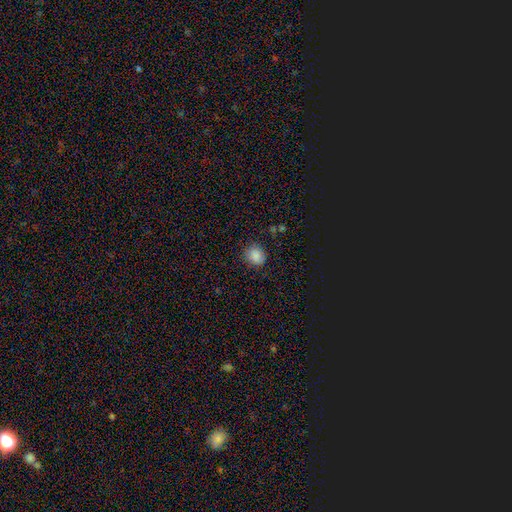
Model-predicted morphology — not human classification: Smooth or featured? Predicted: smooth (p=0.87). How rounded? Predicted: round (p=0.73). Merging? Predicted: none (p=0.83).